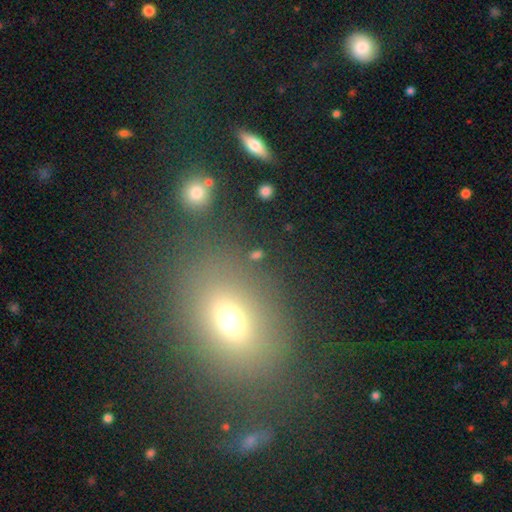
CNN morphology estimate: Smooth or featured? Predicted: smooth (p=0.62). How rounded? Predicted: in between (p=0.50). Merging? Predicted: none (p=0.74).